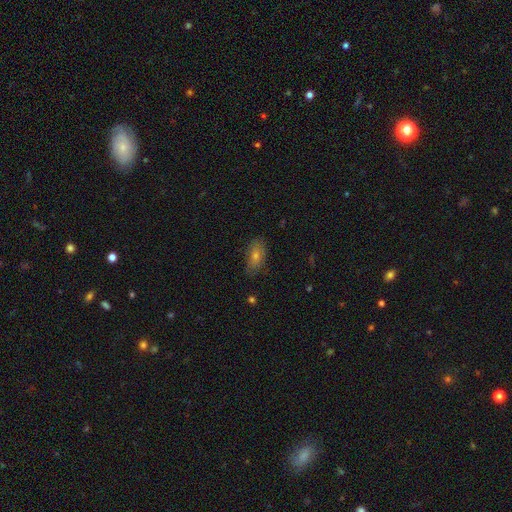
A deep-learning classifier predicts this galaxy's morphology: A smooth galaxy with no disk features (63%) that is in between round and cigar-shaped (83%).

Vote fractions:
- Smooth or featured? smooth: 63% / featured or disk: 23% / star or artifact: 14%
- How rounded? in between: 83% / cigar-shaped: 9% / round: 8%
- Merging? none: 80% / minor disturbance: 16% / major disturbance: 3% / merger: 1%